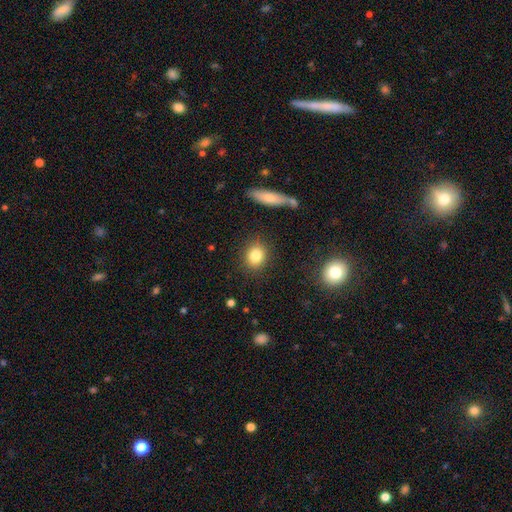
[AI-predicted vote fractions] Overall: smooth (83%). How rounded: round (70%). Merging: none (87%).